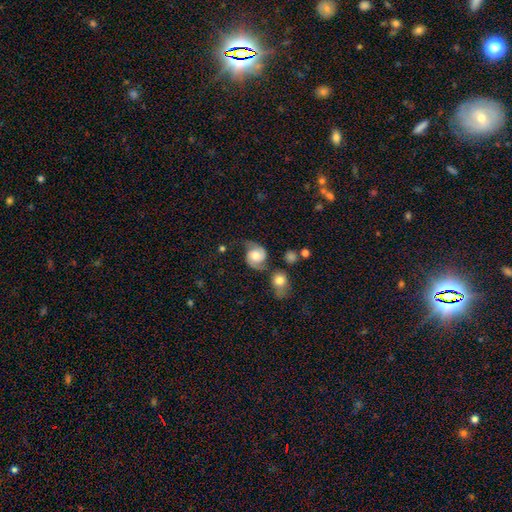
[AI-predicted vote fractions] Q: Smooth or featured?
A: featured or disk (70%); runner-up: smooth (24%)
Q: Edge-on disk?
A: no (98%); runner-up: yes (2%)
Q: Bar?
A: no (69%); runner-up: weak (25%)
Q: Spiral arms?
A: yes (93%); runner-up: no (7%)
Q: Spiral winding?
A: medium (47%); runner-up: loose (27%)
Q: Spiral arm count?
A: 2 (89%); runner-up: can't tell (4%)
Q: Bulge size?
A: moderate (67%); runner-up: large (15%)
Q: Merging?
A: none (57%); runner-up: minor disturbance (23%)